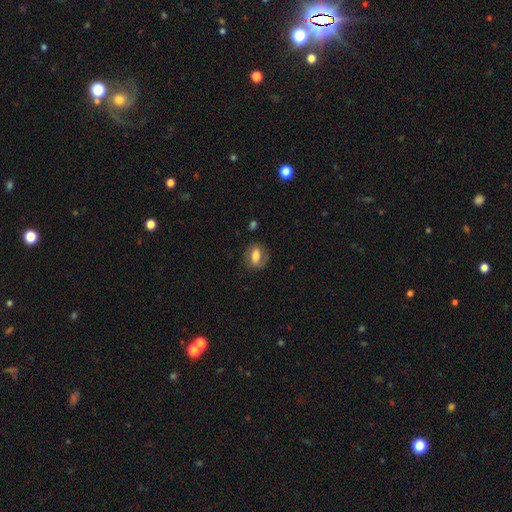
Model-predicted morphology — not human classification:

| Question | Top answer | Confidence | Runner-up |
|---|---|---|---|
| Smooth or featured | smooth | 54% | featured or disk (39%) |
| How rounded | in between | 73% | round (22%) |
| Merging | none | 71% | minor disturbance (18%) |